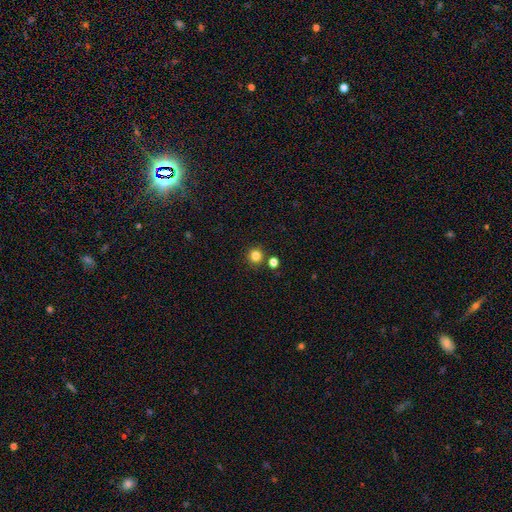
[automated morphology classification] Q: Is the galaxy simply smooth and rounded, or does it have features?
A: smooth — 82%.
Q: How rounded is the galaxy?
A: round — 95%.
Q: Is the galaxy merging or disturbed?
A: none — 86%.